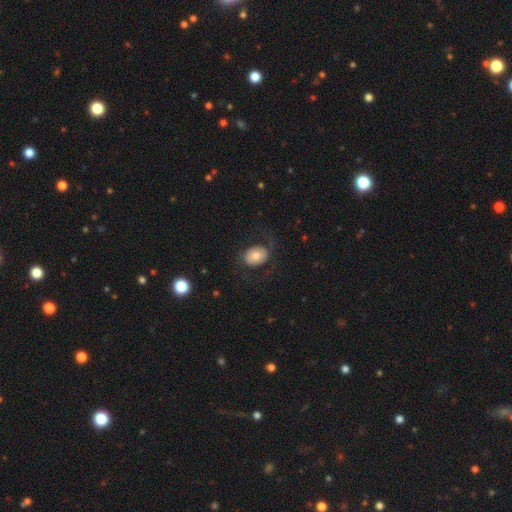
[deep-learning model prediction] Smooth or featured?
  - smooth: 51% *
  - featured or disk: 41%
  - star or artifact: 8%
How rounded?
  - in between: 63% *
  - round: 35%
  - cigar-shaped: 1%
Merging?
  - none: 61% *
  - major disturbance: 22%
  - minor disturbance: 16%
  - merger: 1%